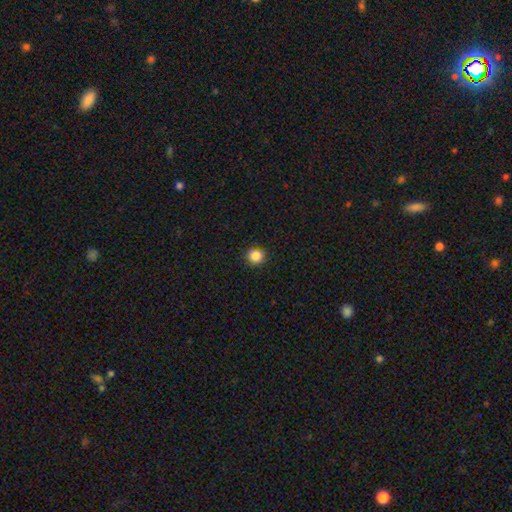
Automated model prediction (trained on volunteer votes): Q: Smooth or featured?
A: smooth (86%); runner-up: star or artifact (11%)
Q: How rounded?
A: round (93%); runner-up: in between (6%)
Q: Merging?
A: none (92%); runner-up: minor disturbance (6%)